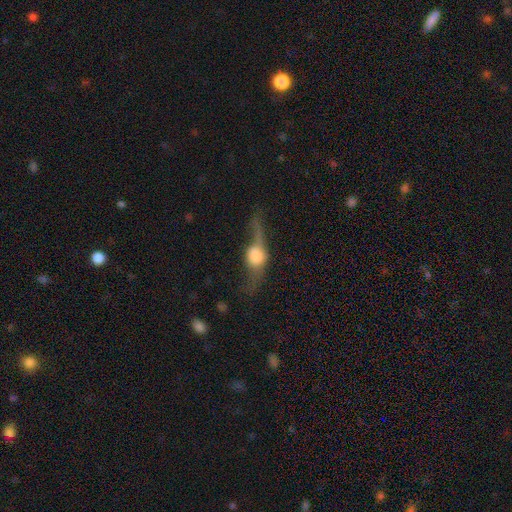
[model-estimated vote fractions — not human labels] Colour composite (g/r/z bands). It shows a featured or disk galaxy (59%) viewed edge-on (72%). Merging: none (39%).